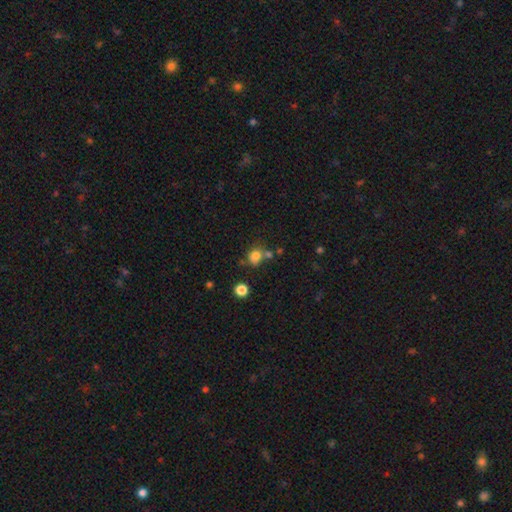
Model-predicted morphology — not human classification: Smooth or featured? smooth (78%)
How rounded? round (76%)
Merging? none (59%)